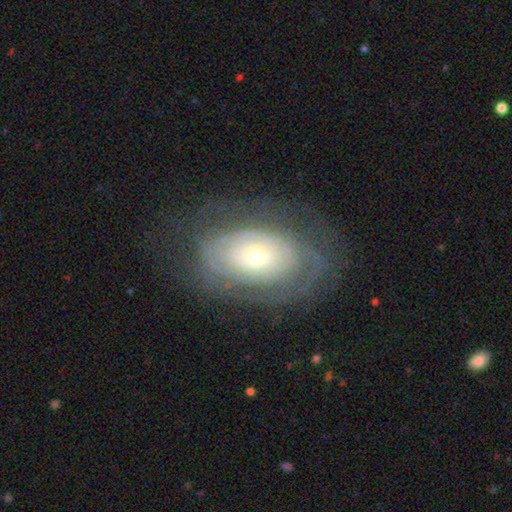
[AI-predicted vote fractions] Morphology: type=featured or disk (71%); edge-on=no (93%); bar=no (84%); spiral arms=yes (72%); bulge=small (60%); merging=none (68%).